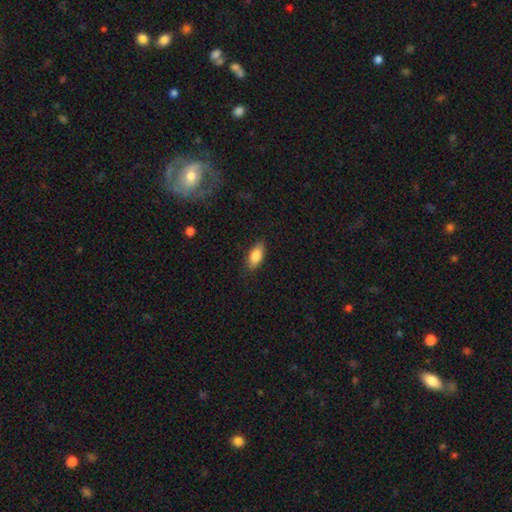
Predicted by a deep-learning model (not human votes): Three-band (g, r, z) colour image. It shows a smooth galaxy with no disk features (85%) that is in between round and cigar-shaped (86%). Merging: none (85%).